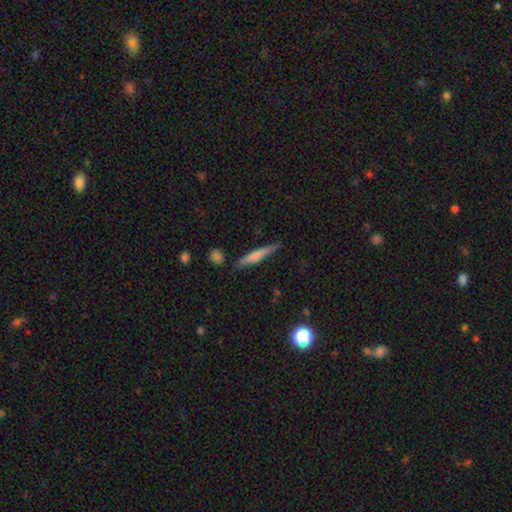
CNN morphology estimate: The model was most divided on "smooth or featured": smooth: 57%, featured or disk: 37%, star or artifact: 6%. More confident: how rounded — cigar-shaped (94%); merging — none (84%).